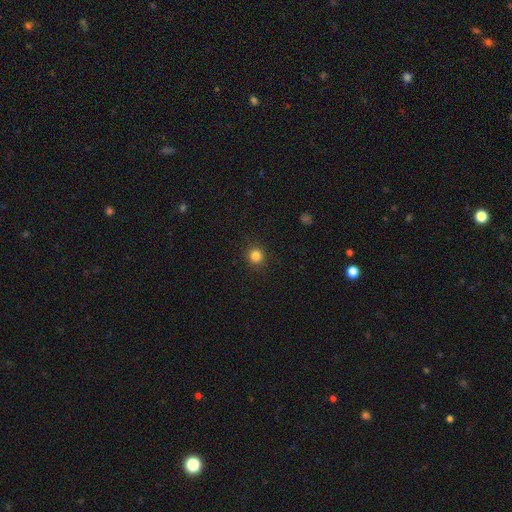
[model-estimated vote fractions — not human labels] Smooth or featured: smooth — 83% (star or artifact — 13%)
How rounded: round — 93% (in between — 6%)
Merging: none — 91% (minor disturbance — 6%)